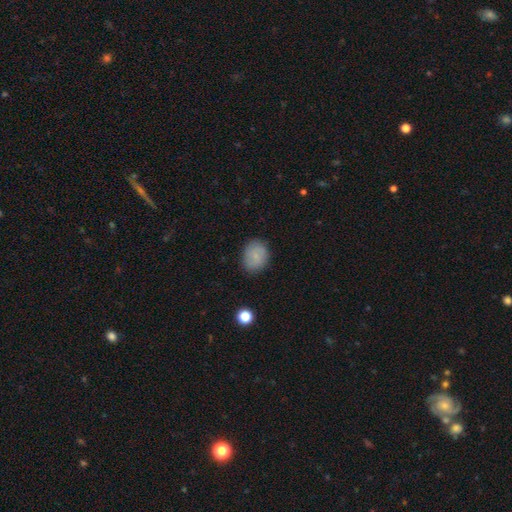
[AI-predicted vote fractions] smooth_or_featured: smooth (p=0.74) [alt: featured or disk p=0.17]
how_rounded: round (p=0.60) [alt: in between p=0.39]
merging: none (p=0.82) [alt: minor disturbance p=0.13]